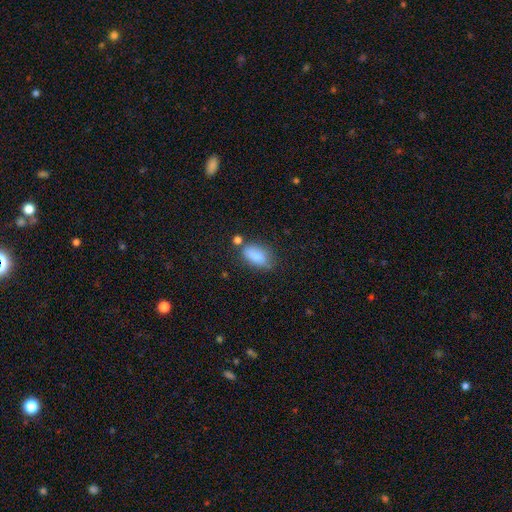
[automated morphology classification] This is clearly a smooth galaxy (84%). How rounded: clearly in between (90%). Merging: possibly none (59%).